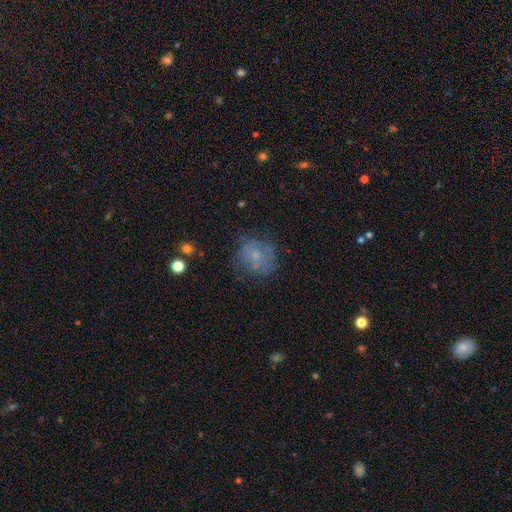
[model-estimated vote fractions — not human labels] This is possibly a smooth galaxy (54%). How rounded: likely round (79%). Merging: likely none (65%).